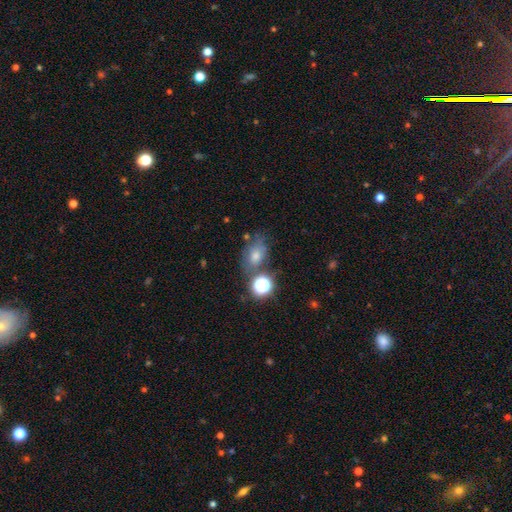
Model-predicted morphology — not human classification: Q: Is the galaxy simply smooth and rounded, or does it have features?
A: smooth — 50%.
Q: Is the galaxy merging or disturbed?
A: none — 61%.